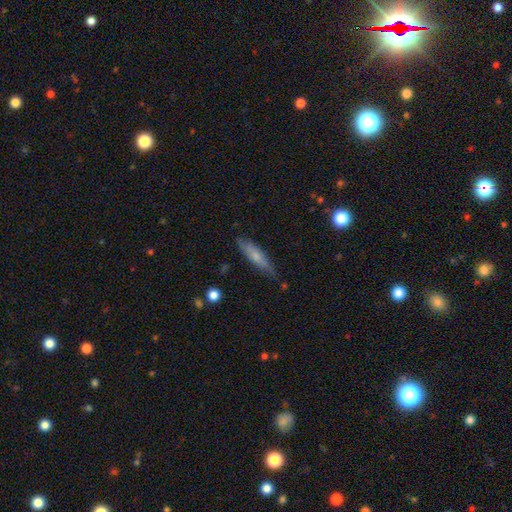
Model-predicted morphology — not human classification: Q: Smooth or featured?
A: smooth (64%); runner-up: featured or disk (29%)
Q: How rounded?
A: cigar-shaped (77%); runner-up: in between (21%)
Q: Merging?
A: none (77%); runner-up: minor disturbance (18%)